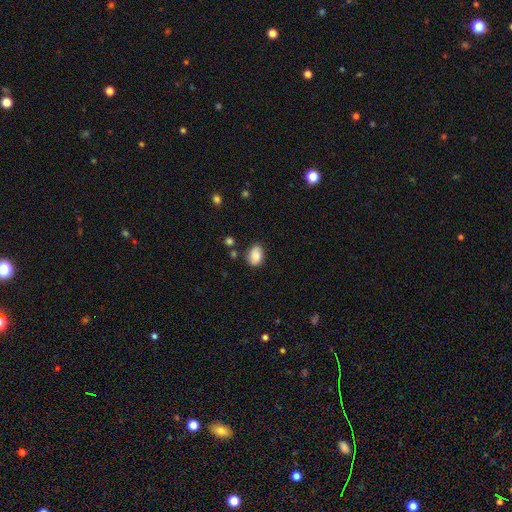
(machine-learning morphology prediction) Smooth or featured? Predicted: smooth (p=0.82). How rounded? Predicted: in between (p=0.79). Merging? Predicted: none (p=0.77).